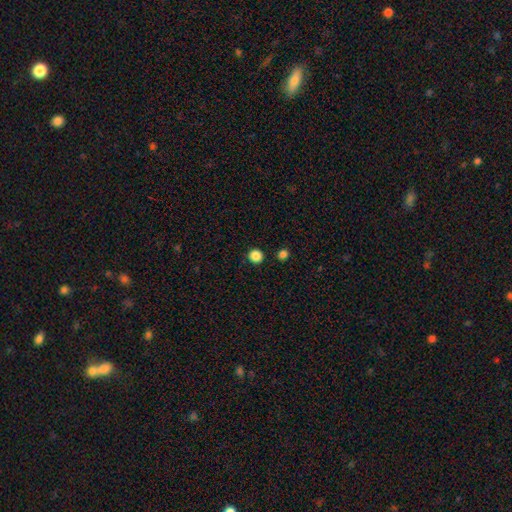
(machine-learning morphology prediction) Overall: smooth (86%). How rounded: round (93%). Merging: none (90%).